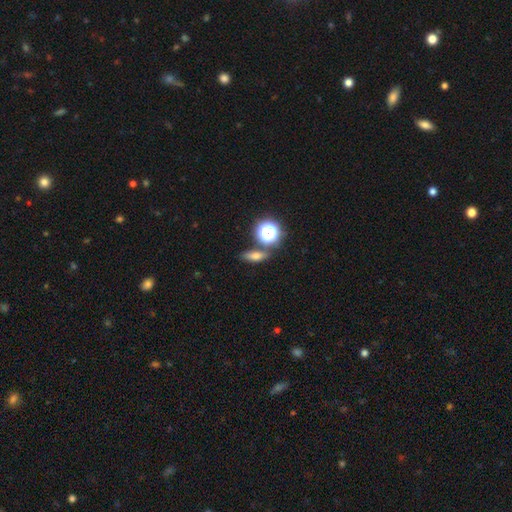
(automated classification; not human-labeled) Smooth or featured?
  - smooth: 64% *
  - star or artifact: 20%
  - featured or disk: 16%
How rounded?
  - in between: 49% *
  - cigar-shaped: 29%
  - round: 21%
Merging?
  - none: 75% *
  - minor disturbance: 11%
  - merger: 10%
  - major disturbance: 4%